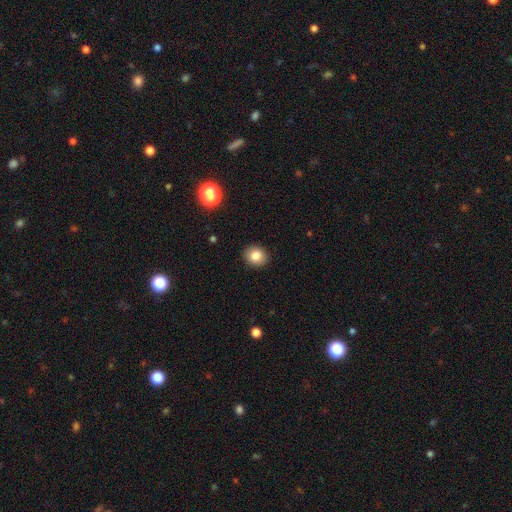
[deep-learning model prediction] Smooth or featured? smooth (83%)
How rounded? round (69%)
Merging? none (91%)